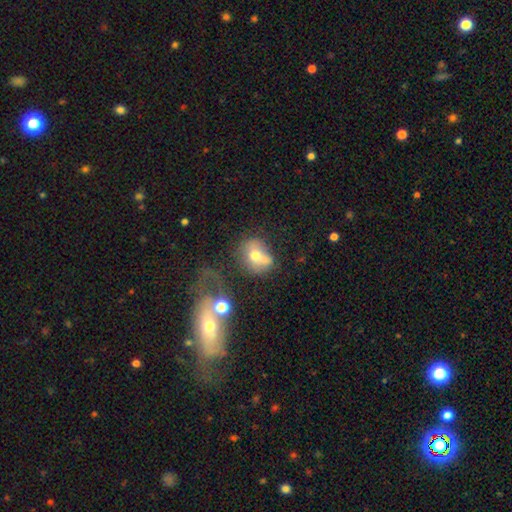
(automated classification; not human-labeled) This is possibly a smooth galaxy (56%). How rounded: possibly round (55%). Merging: marginally none (30%).